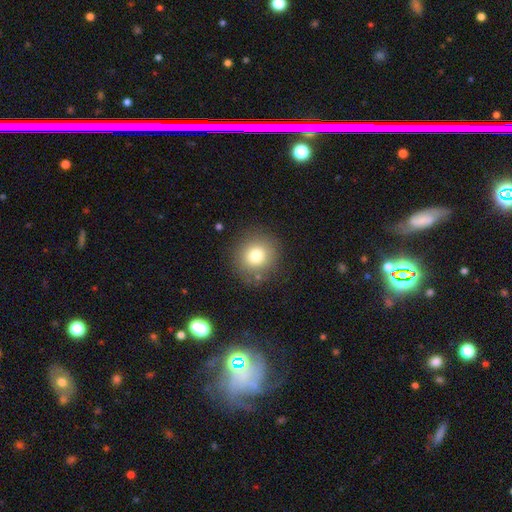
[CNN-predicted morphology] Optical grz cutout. It shows a smooth galaxy with no disk features (78%) that is round (91%). Merging: none (85%).